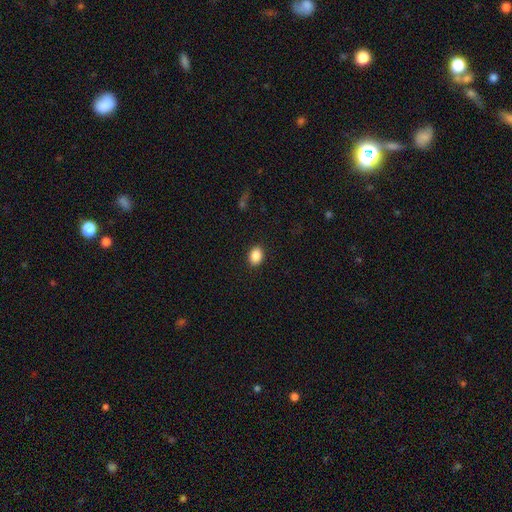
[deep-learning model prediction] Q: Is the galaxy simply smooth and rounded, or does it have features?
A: smooth — 89%.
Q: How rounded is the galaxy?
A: in between — 71%.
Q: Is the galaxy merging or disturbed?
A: none — 90%.